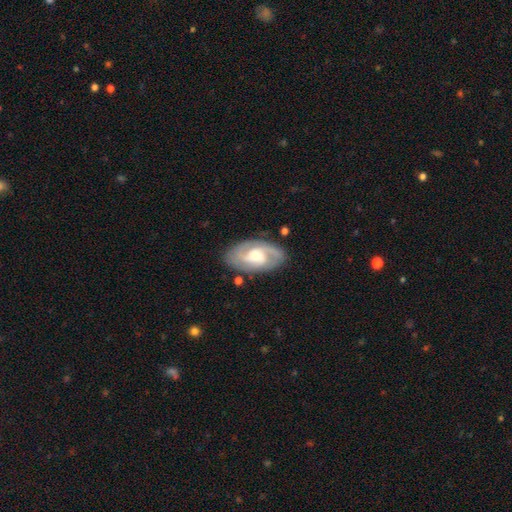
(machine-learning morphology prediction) This is clearly a featured or disk galaxy (82%). It is clearly not viewed edge-on (96%). Bar: possibly no (45%). Spiral arm pattern: clearly yes (95%). Spiral arm count: likely 2 (73%). Spiral winding: possibly medium (46%). Central bulge: possibly moderate (54%). Merging: clearly none (81%).